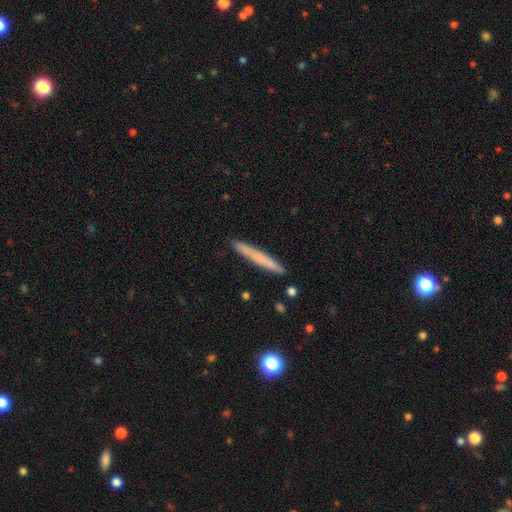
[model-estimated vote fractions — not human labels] Morphology: type=smooth (68%); roundness=cigar-shaped (97%); merging=none (90%).